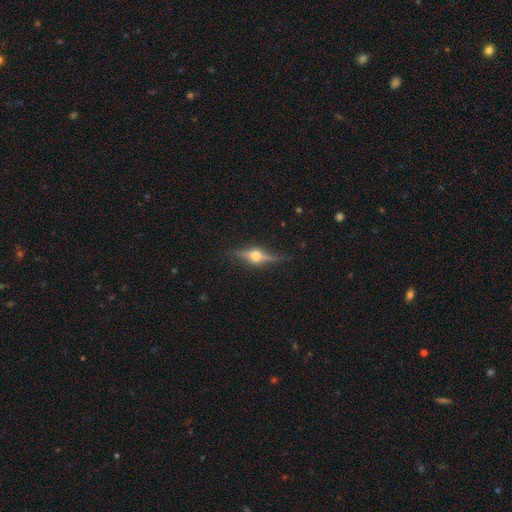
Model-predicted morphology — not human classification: A featured or disk galaxy (78%) viewed edge-on (95%) with a rounded central bulge (96%). Merging: none (84%).